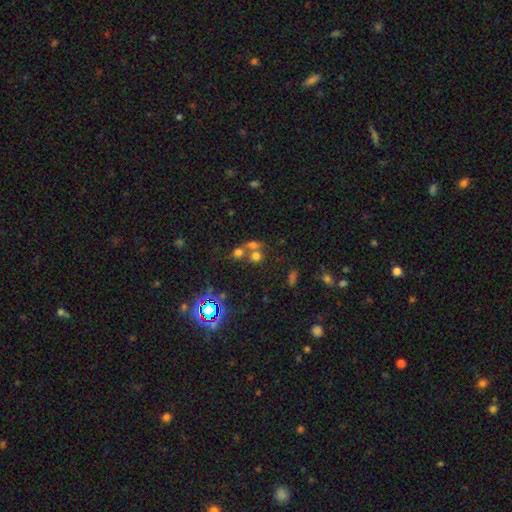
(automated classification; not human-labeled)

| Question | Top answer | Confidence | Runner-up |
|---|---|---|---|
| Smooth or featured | smooth | 57% | star or artifact (28%) |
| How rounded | round | 73% | in between (25%) |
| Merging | merger | 50% | none (38%) |